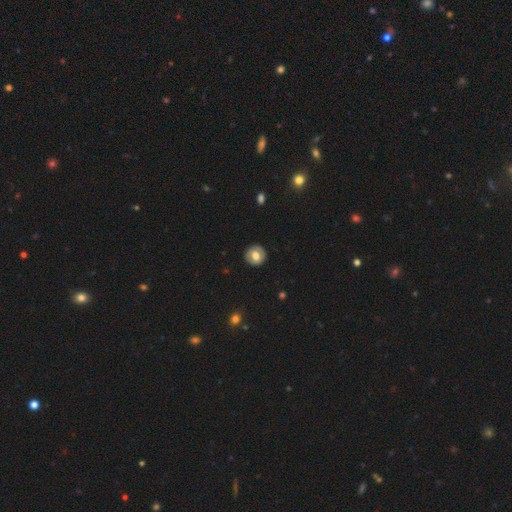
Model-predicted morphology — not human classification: smooth-or-featured: smooth: 59% | featured or disk: 33% | star or artifact: 8%
  how-rounded: round: 88% | in between: 11% | cigar-shaped: 1%
  merging: none: 88% | minor disturbance: 9% | major disturbance: 2% | merger: 1%